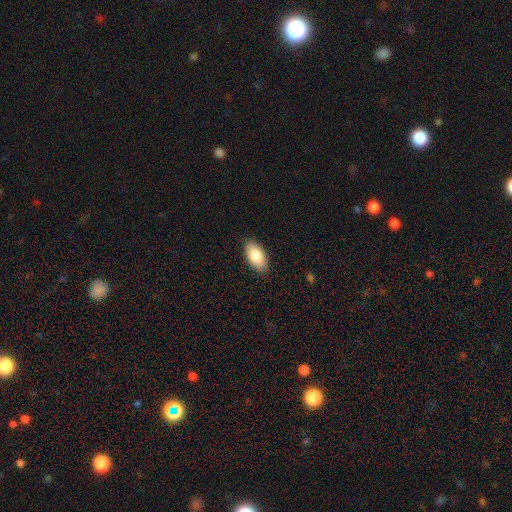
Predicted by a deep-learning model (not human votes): The model was most divided on "smooth or featured": smooth: 83%, featured or disk: 11%, star or artifact: 6%. More confident: how rounded — in between (94%); merging — none (88%).